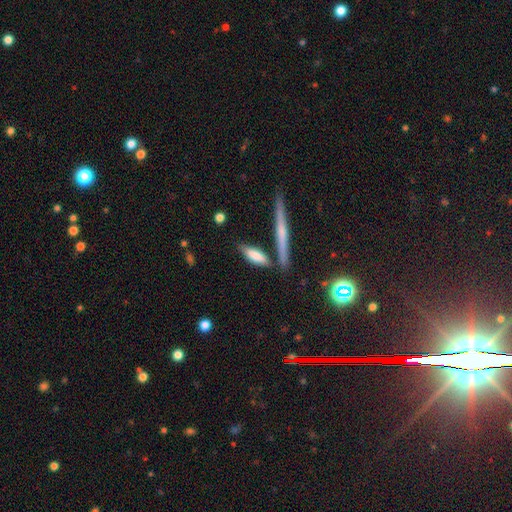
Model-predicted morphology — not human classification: This appears to be a smooth galaxy with no disk features (73%) that is cigar-shaped (56%). Merging: none (67%).